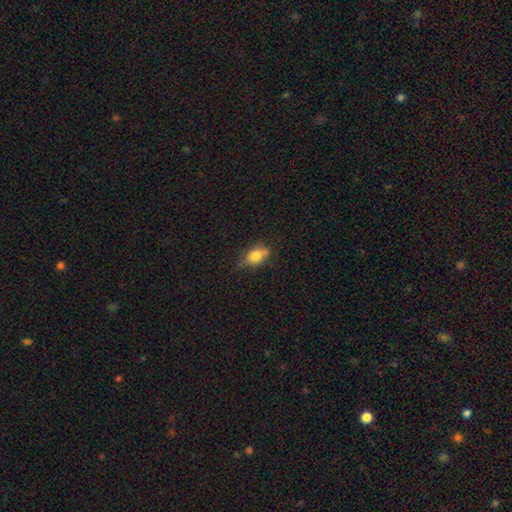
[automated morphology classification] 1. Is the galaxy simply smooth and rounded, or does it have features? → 78% smooth, 12% featured or disk, 9% star or artifact.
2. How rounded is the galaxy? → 76% in between, 21% round, 3% cigar-shaped.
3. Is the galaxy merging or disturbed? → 59% none, 28% minor disturbance, 6% merger, 6% major disturbance.